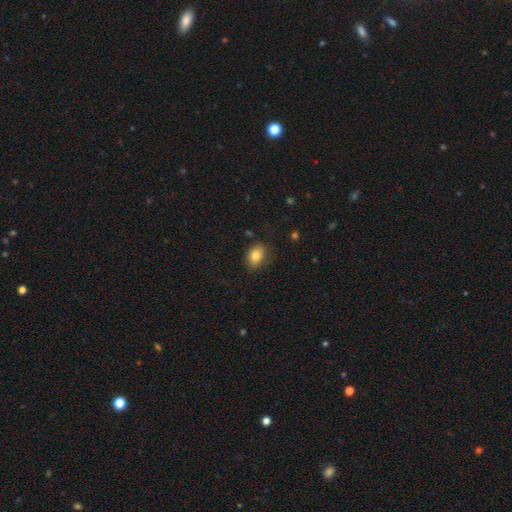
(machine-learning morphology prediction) smooth 81%, featured or disk 10%, star or artifact 9%. Down the decision tree: how rounded — in between (69%); merging — none (81%).